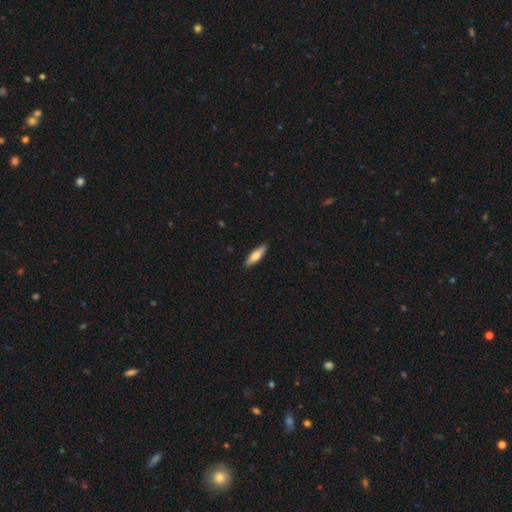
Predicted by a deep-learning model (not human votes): This is likely a smooth galaxy (66%). How rounded: likely cigar-shaped (60%). Merging: clearly none (89%).